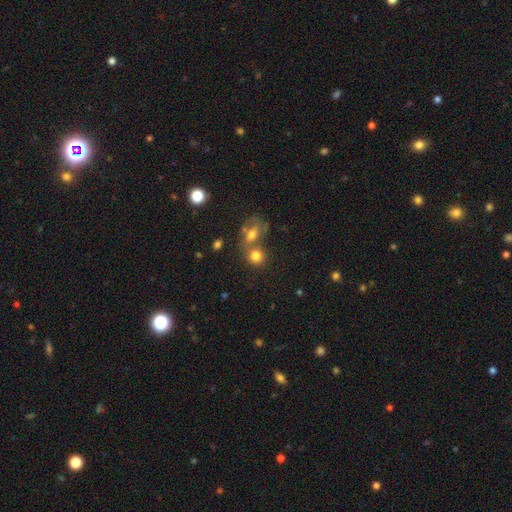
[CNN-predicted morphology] A smooth galaxy with no disk features (76%) that is round (74%). Merging: none (43%).